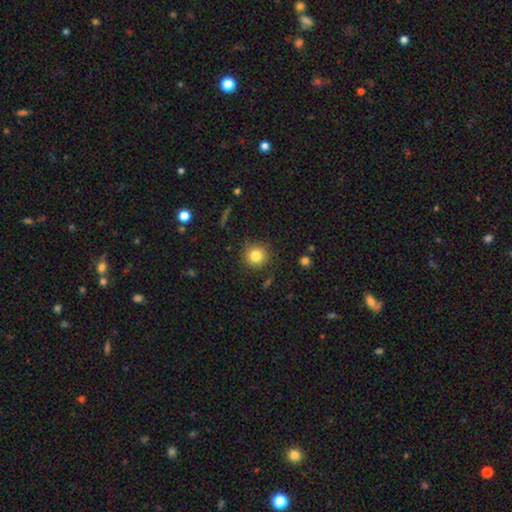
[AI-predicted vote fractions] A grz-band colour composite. It shows a smooth galaxy with no disk features (81%) that is round (94%). Merging: none (87%).